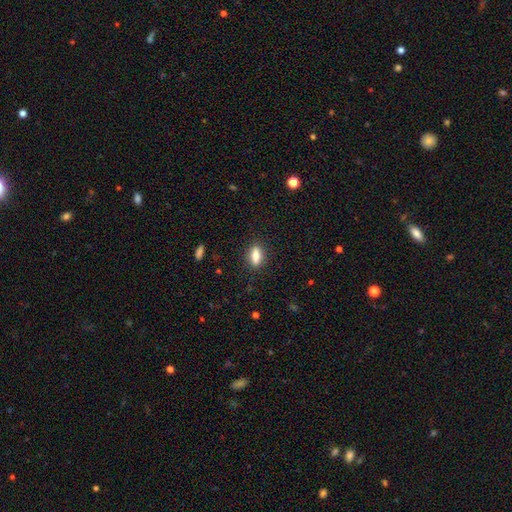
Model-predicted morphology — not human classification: Smooth or featured: smooth — 81% (featured or disk — 11%)
How rounded: in between — 69% (cigar-shaped — 25%)
Merging: none — 87% (minor disturbance — 9%)